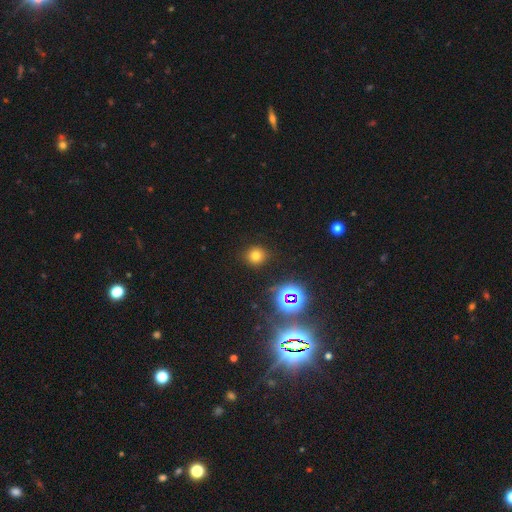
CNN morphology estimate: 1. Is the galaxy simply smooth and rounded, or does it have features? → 69% smooth, 23% star or artifact, 8% featured or disk.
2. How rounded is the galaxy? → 87% round, 12% in between, 1% cigar-shaped.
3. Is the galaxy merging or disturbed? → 89% none, 7% minor disturbance, 3% major disturbance, 1% merger.